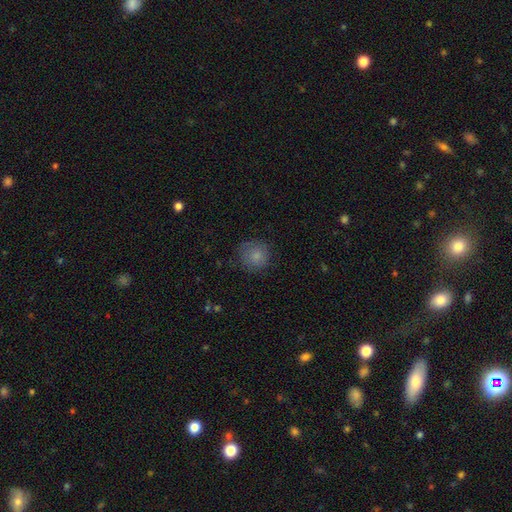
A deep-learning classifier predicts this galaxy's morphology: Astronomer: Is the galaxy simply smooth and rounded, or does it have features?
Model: smooth — 82%.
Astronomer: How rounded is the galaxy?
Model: round — 90%.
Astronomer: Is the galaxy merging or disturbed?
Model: none — 76%.